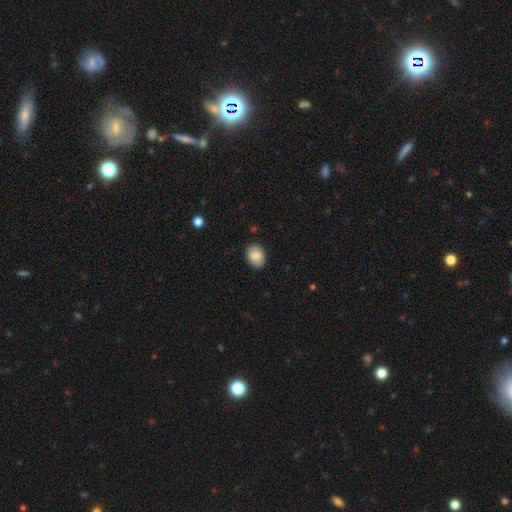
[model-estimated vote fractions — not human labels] Morphology: type=smooth (82%); roundness=in between (70%); merging=none (88%).